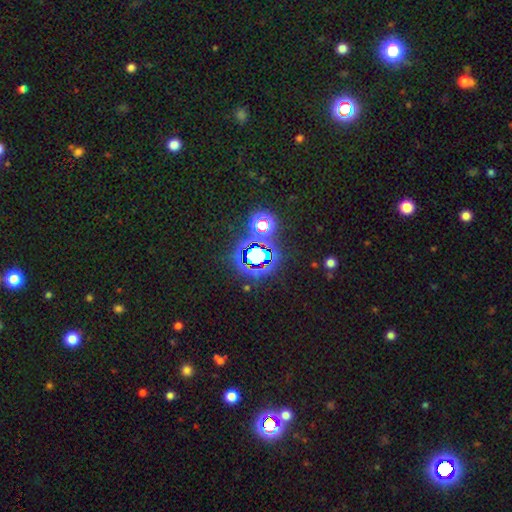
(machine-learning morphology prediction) A star or artifact, not a galaxy (71%).

Vote fractions:
- Smooth or featured? star or artifact: 71% / smooth: 18% / featured or disk: 11%